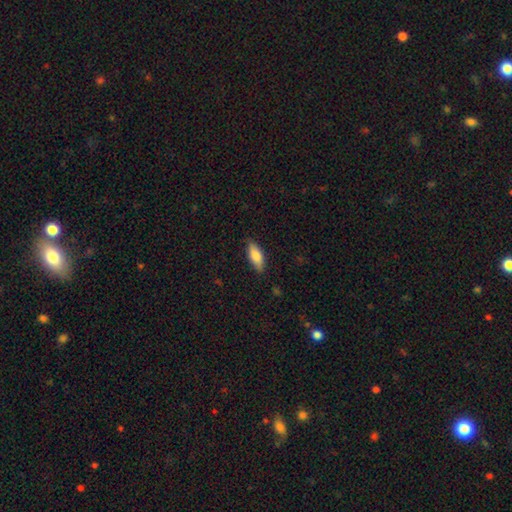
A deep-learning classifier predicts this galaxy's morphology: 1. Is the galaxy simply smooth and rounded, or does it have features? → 81% smooth, 13% featured or disk, 6% star or artifact.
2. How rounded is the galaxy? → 76% in between, 22% cigar-shaped, 2% round.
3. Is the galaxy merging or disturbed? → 84% none, 13% minor disturbance, 2% major disturbance, 1% merger.